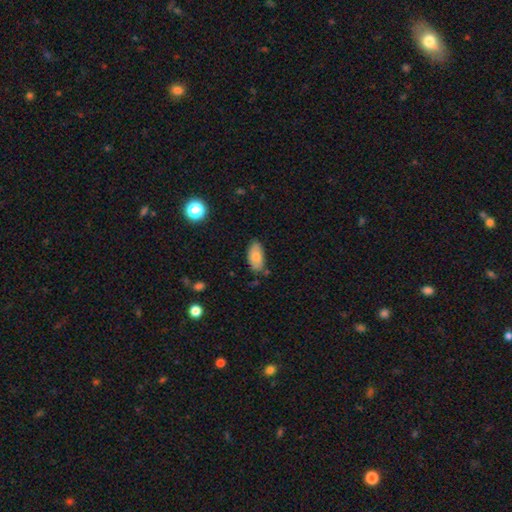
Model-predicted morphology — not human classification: The model was most divided on "merging": none: 75%, minor disturbance: 19%, merger: 3%, major disturbance: 3%. More confident: how rounded — in between (92%); smooth or featured — smooth (79%).